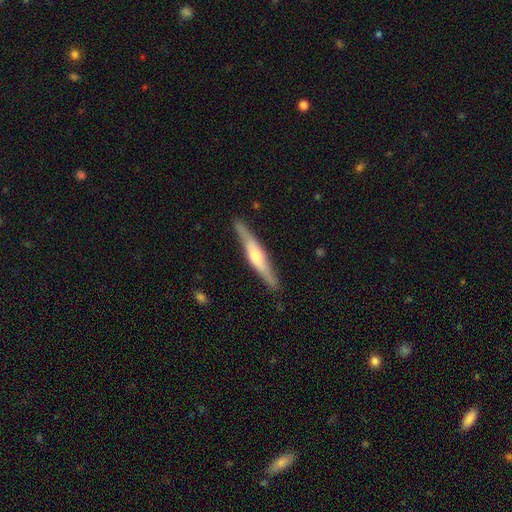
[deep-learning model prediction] Smooth or featured: featured or disk — 67% (smooth — 28%)
Edge-on disk: yes — 91% (no — 9%)
Edge-on bulge: rounded — 81% (none — 10%)
Merging: none — 86% (minor disturbance — 10%)